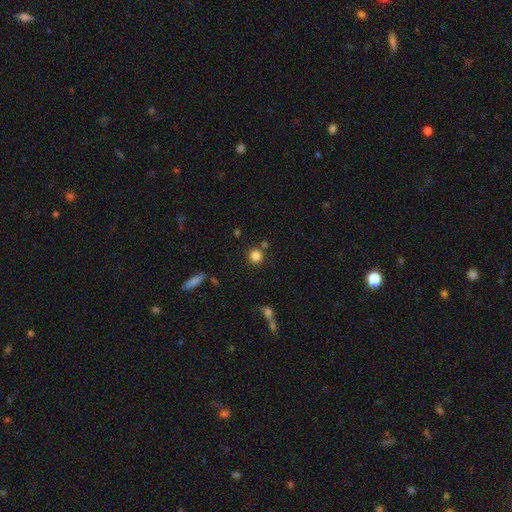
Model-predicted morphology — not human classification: A smooth galaxy with no disk features (83%) that is round (90%). Merging: none (77%).